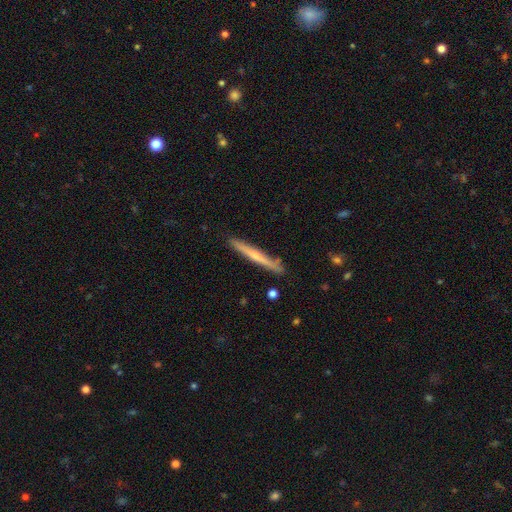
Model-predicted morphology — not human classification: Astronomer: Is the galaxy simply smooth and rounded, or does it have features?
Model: featured or disk — 48% (runner-up: smooth, 46%).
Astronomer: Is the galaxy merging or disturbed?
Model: none — 88%.